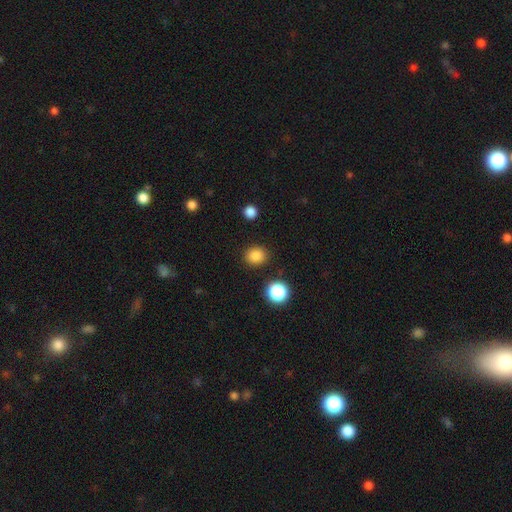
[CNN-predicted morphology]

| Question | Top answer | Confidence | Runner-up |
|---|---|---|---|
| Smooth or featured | smooth | 84% | star or artifact (12%) |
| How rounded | round | 74% | in between (25%) |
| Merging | none | 87% | minor disturbance (8%) |